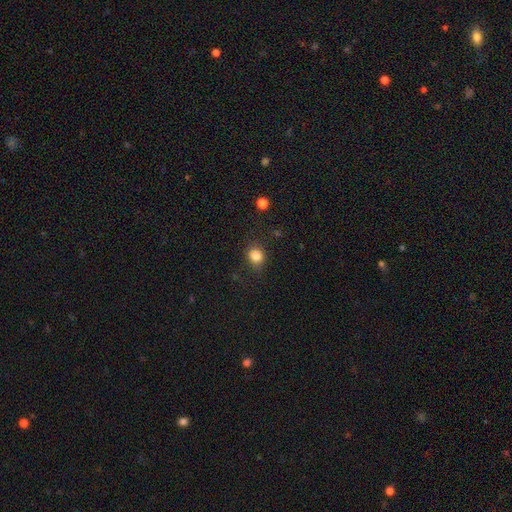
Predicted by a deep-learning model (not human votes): The model was most divided on "how rounded": round: 67%, in between: 32%, cigar-shaped: 1%. More confident: smooth or featured — smooth (84%); merging — none (80%).